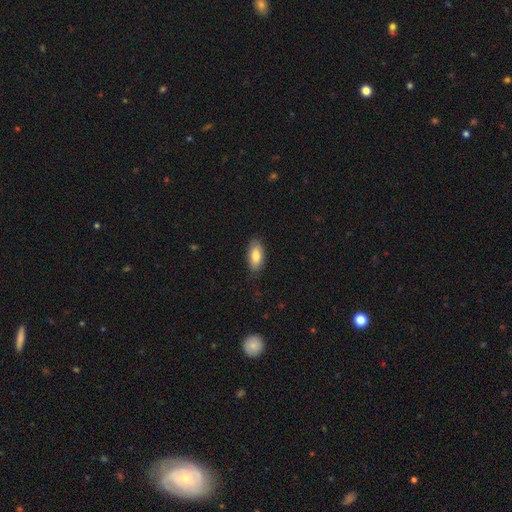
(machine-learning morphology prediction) Smooth or featured? smooth (80%)
How rounded? in between (90%)
Merging? none (80%)